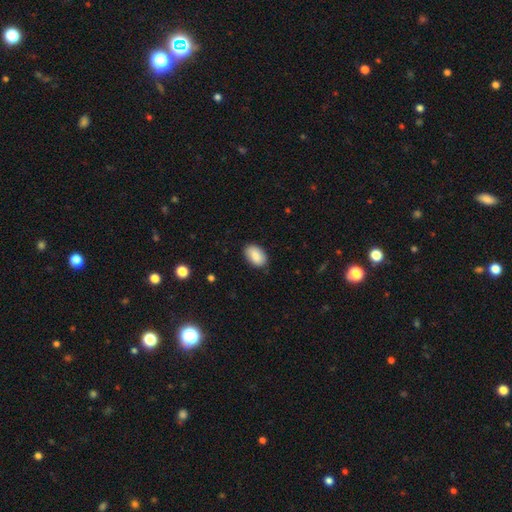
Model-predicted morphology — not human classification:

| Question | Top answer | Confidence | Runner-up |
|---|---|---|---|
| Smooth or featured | smooth | 87% | star or artifact (6%) |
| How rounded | in between | 91% | round (7%) |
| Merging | none | 85% | minor disturbance (12%) |